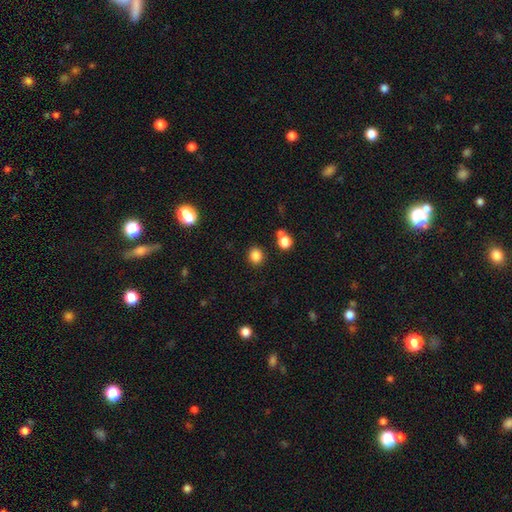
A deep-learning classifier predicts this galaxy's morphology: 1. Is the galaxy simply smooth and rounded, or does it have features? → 84% smooth, 12% star or artifact, 4% featured or disk.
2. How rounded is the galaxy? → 81% round, 19% in between, 1% cigar-shaped.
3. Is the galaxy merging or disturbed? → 86% none, 7% minor disturbance, 4% merger, 3% major disturbance.